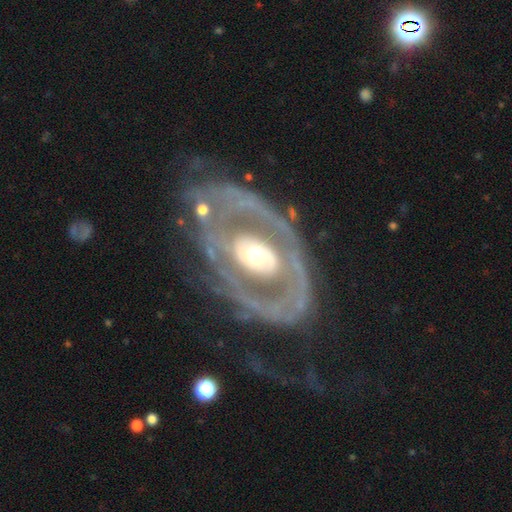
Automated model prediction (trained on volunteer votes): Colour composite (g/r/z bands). It shows a featured or disk galaxy (84%) with no bar (70%), 2 (45%) tight (48%) spiral arms (64%) and a moderate central bulge (64%). Merging: none (58%).